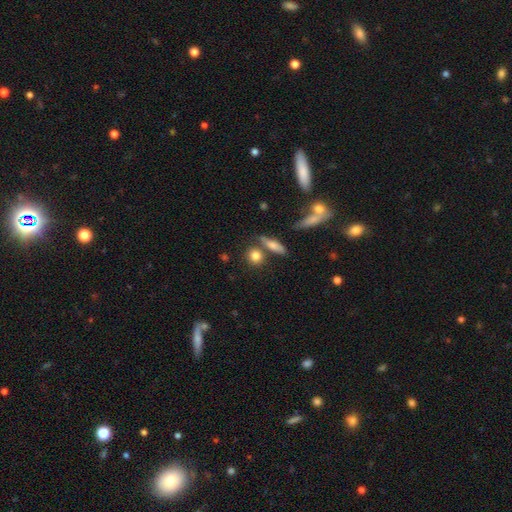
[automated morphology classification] smooth 81%, featured or disk 10%, star or artifact 9%. Down the decision tree: how rounded — round (72%); merging — none (66%).